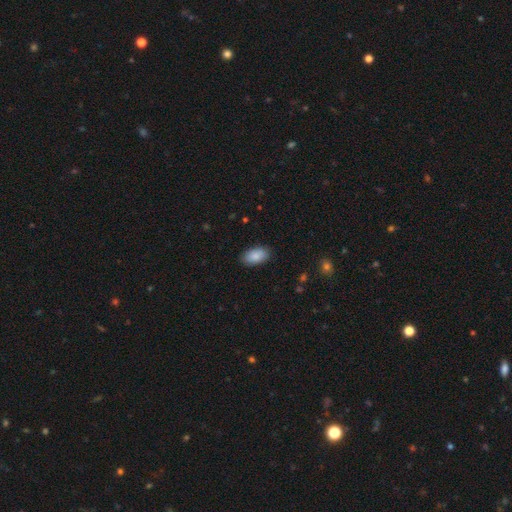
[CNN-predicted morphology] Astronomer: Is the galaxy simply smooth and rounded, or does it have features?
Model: smooth — 89%.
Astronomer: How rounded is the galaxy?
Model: in between — 95%.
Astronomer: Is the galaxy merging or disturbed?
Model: none — 88%.